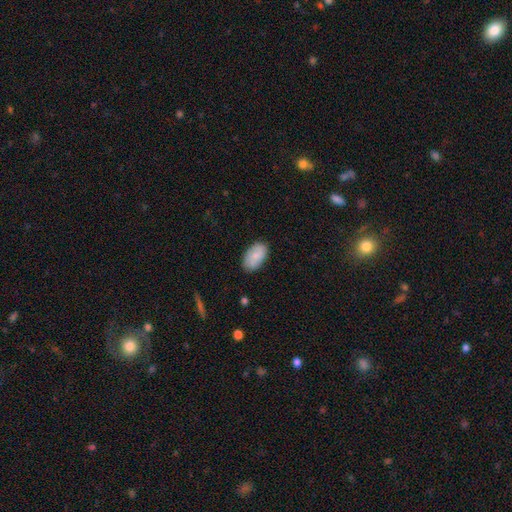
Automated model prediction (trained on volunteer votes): This is clearly a smooth galaxy (80%). How rounded: clearly in between (94%). Merging: clearly none (83%).